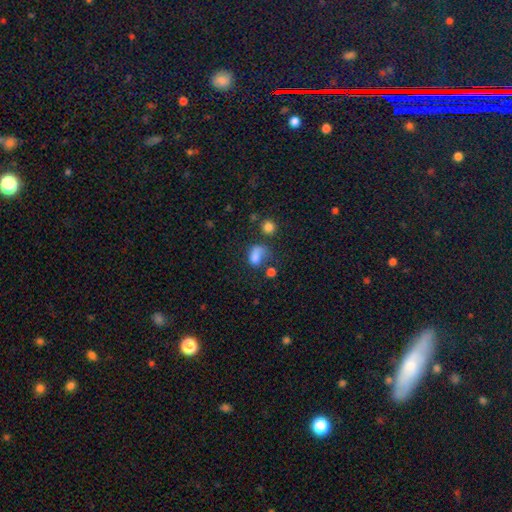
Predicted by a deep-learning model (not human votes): Smooth or featured? Predicted: smooth (p=0.72). How rounded? Predicted: in between (p=0.69). Merging? Predicted: major disturbance (p=0.31).